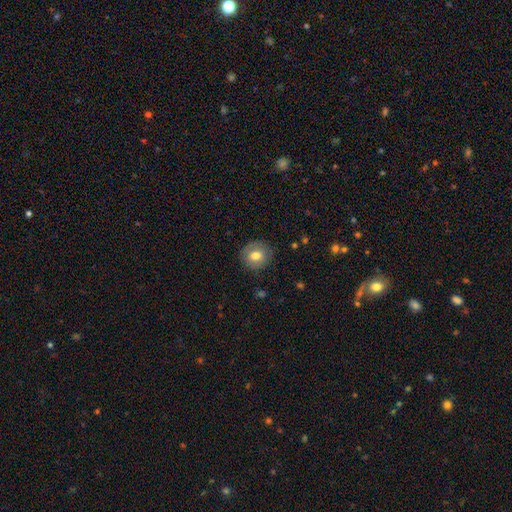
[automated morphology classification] smooth 73%, featured or disk 18%, star or artifact 9%. Down the decision tree: how rounded — round (81%); merging — none (85%).